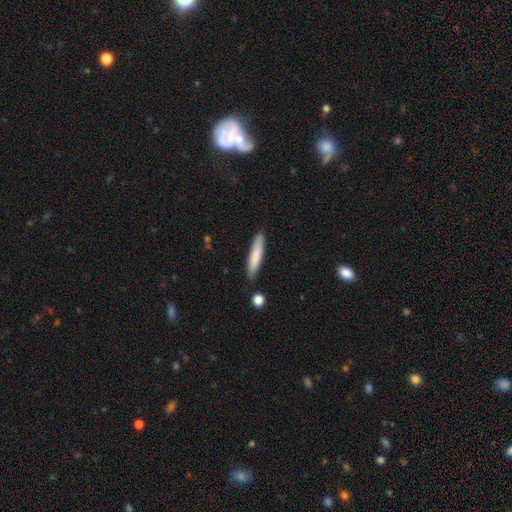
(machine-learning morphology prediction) smooth 79%, featured or disk 15%, star or artifact 6%. Down the decision tree: how rounded — cigar-shaped (90%); merging — none (84%).